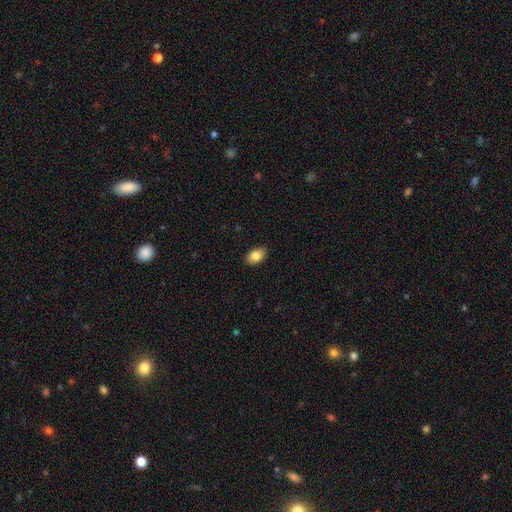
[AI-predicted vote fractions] smooth 85%, star or artifact 8%, featured or disk 7%. Down the decision tree: how rounded — in between (88%); merging — none (88%).